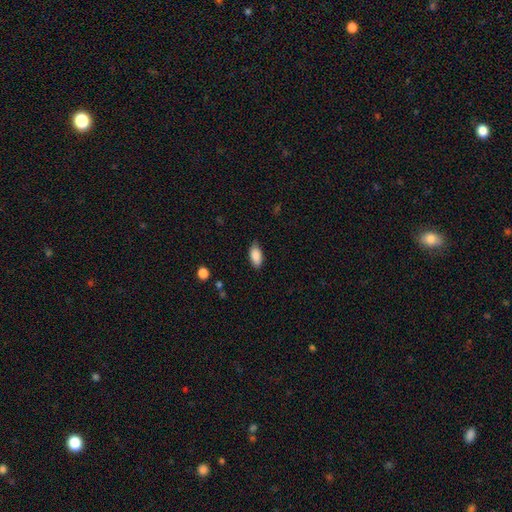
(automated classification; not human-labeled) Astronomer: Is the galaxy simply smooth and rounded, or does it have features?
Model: smooth — 88%.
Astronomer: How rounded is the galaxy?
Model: in between — 92%.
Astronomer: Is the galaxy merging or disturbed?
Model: none — 80%.